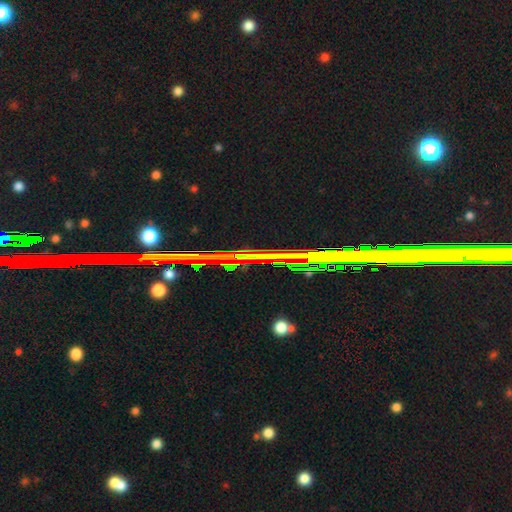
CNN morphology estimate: The model was most divided on "smooth or featured": star or artifact: 79%, featured or disk: 13%, smooth: 8%.